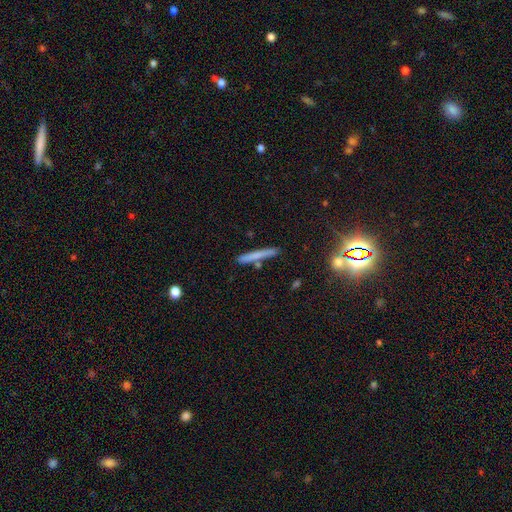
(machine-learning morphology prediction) Smooth or featured? Predicted: smooth (p=0.68). How rounded? Predicted: cigar-shaped (p=0.96). Merging? Predicted: none (p=0.83).